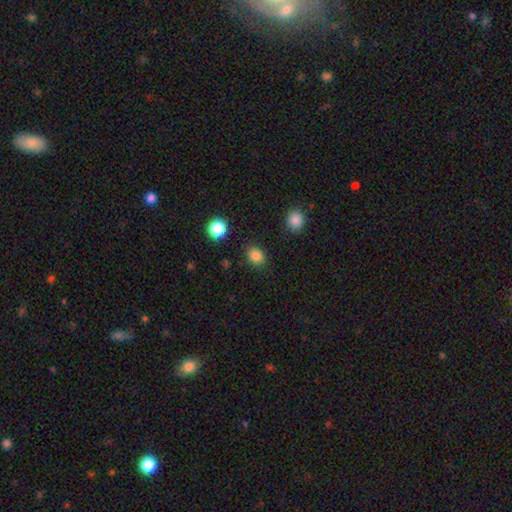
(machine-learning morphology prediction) Smooth or featured?
  - smooth: 85% *
  - star or artifact: 11%
  - featured or disk: 4%
How rounded?
  - round: 54% *
  - in between: 45%
  - cigar-shaped: 1%
Merging?
  - none: 87% *
  - minor disturbance: 8%
  - major disturbance: 3%
  - merger: 2%